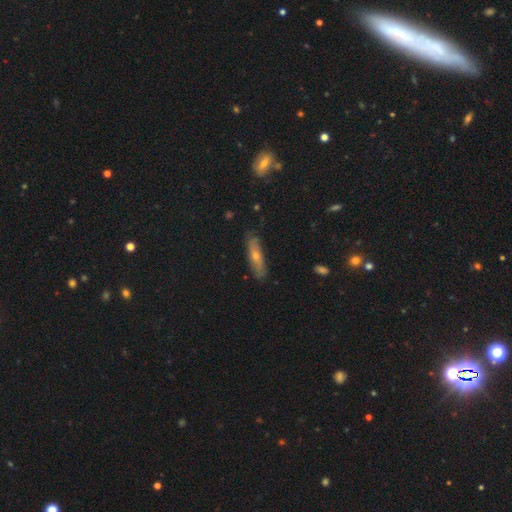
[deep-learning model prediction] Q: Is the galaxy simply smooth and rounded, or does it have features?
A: featured or disk — 45%, tied with smooth.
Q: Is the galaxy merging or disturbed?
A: none — 84%.